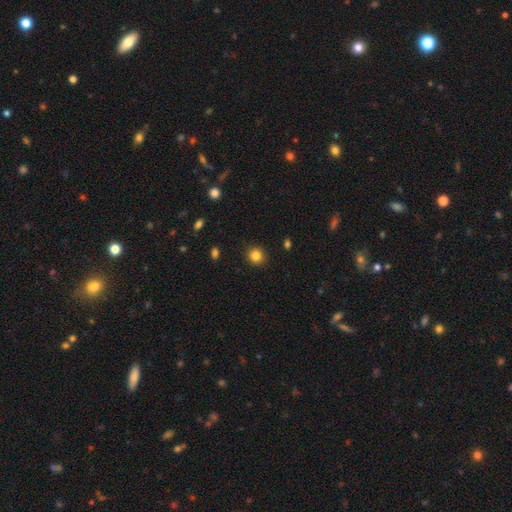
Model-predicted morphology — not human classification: Smooth or featured?
  - smooth: 84% *
  - star or artifact: 11%
  - featured or disk: 5%
How rounded?
  - round: 91% *
  - in between: 8%
  - cigar-shaped: 1%
Merging?
  - none: 91% *
  - minor disturbance: 6%
  - major disturbance: 2%
  - merger: 1%